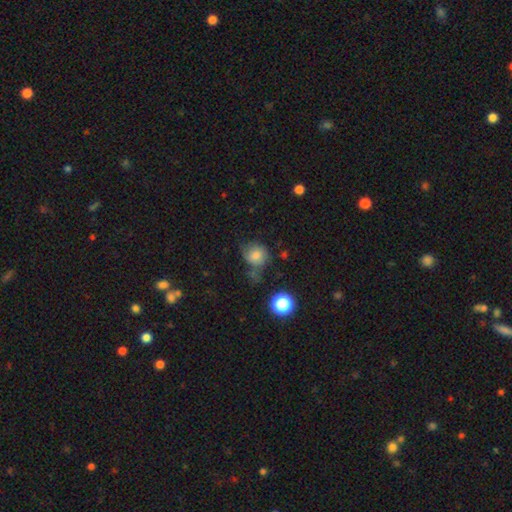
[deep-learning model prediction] Smooth or featured: smooth — 77% (star or artifact — 12%)
How rounded: round — 75% (in between — 24%)
Merging: none — 50% (minor disturbance — 26%)